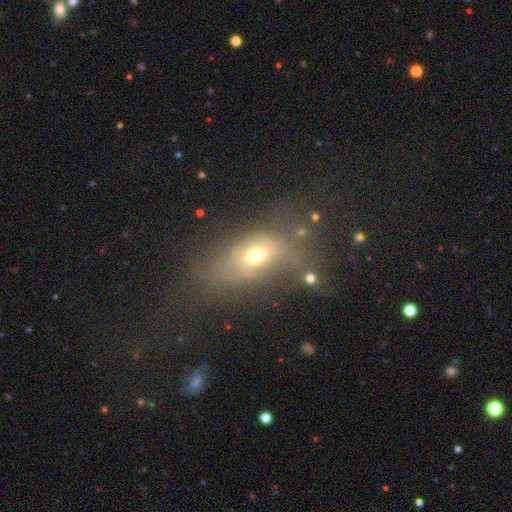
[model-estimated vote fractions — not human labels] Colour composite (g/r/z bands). It shows a smooth galaxy with no disk features (53%) that is in between round and cigar-shaped (77%). Merging: major disturbance (37%).